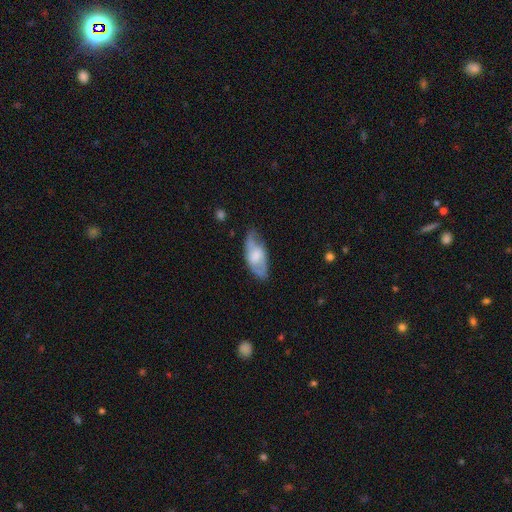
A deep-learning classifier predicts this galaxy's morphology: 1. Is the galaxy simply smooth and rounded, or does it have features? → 54% featured or disk, 40% smooth, 6% star or artifact.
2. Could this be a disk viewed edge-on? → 85% no, 15% yes.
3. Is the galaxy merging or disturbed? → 70% none, 22% minor disturbance, 7% major disturbance, 2% merger.